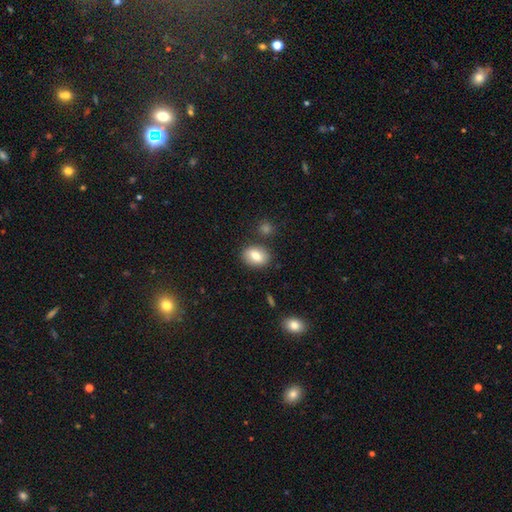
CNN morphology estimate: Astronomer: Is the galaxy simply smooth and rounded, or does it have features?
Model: smooth — 79%.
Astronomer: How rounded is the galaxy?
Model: in between — 74%.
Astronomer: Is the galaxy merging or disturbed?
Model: none — 81%.